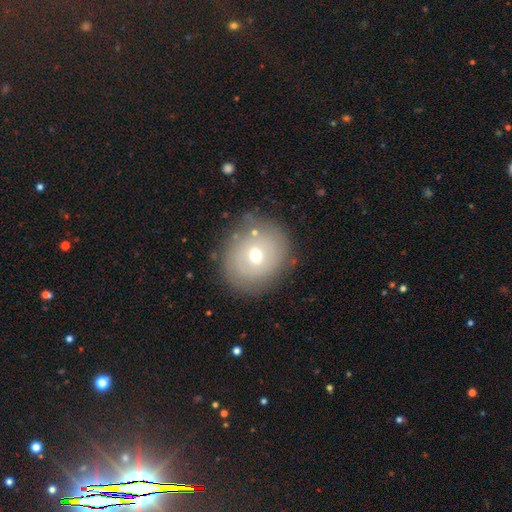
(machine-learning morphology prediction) type=smooth (58%); roundness=round (77%); merging=none (77%).